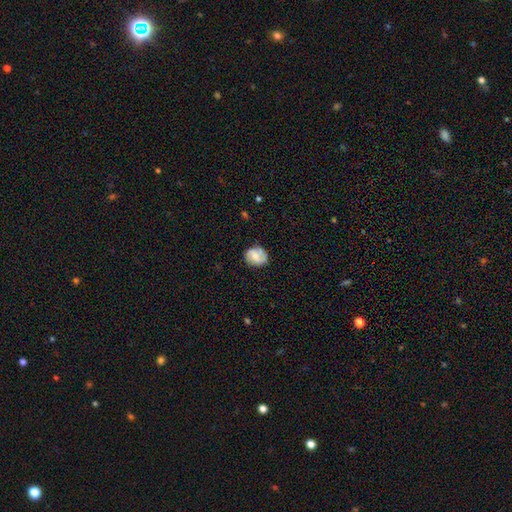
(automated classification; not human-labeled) This is possibly a smooth galaxy (54%). How rounded: possibly round (59%). Merging: likely none (74%).